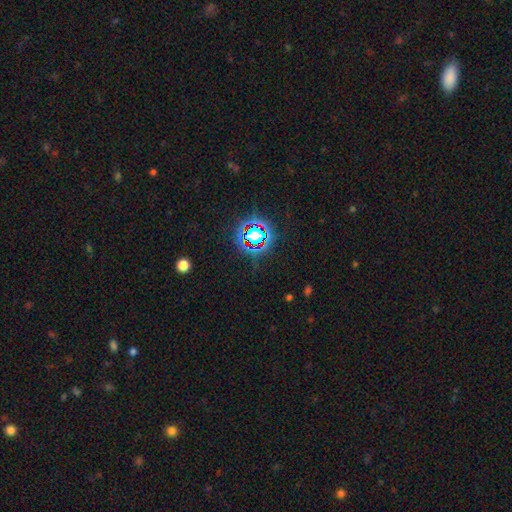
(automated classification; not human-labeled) This appears to be a star or artifact, not a galaxy (79%).